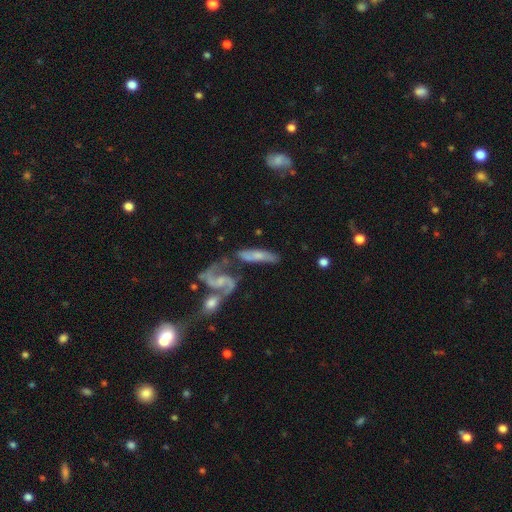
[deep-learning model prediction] This is possibly a featured or disk galaxy (57%). It is likely not viewed edge-on (70%). Merging: possibly none (45%).